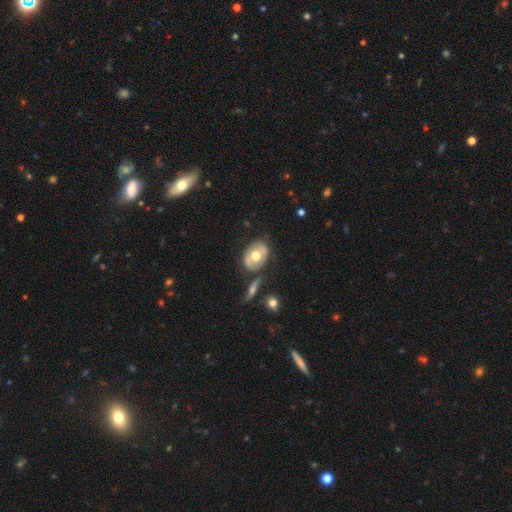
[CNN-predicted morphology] Q: Smooth or featured?
A: smooth (47%); tied with: featured or disk (47%)
Q: Merging?
A: none (69%); runner-up: minor disturbance (16%)